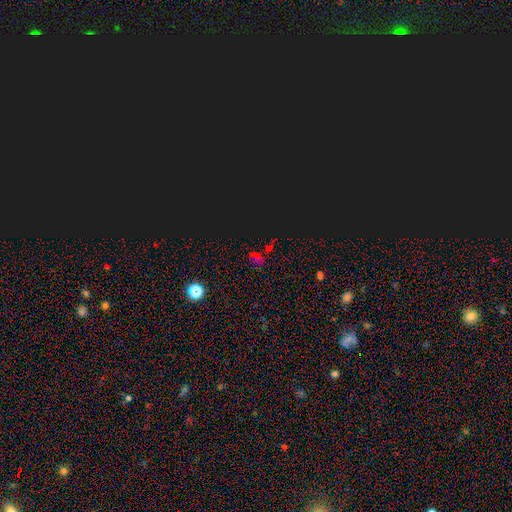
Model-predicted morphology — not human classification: smooth_or_featured: star or artifact (p=0.64) [alt: smooth p=0.28]